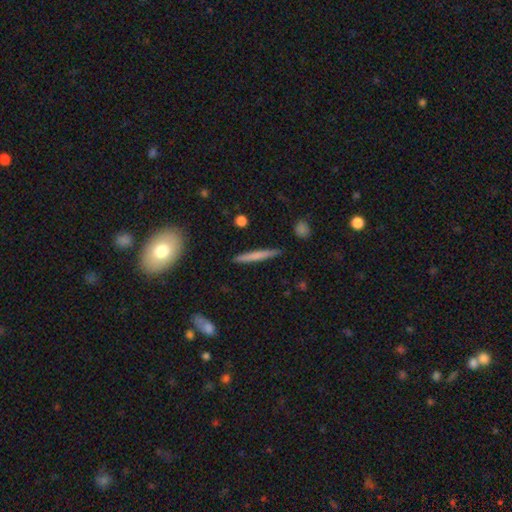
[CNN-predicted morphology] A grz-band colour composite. It shows a smooth galaxy with no disk features (62%) that is cigar-shaped (96%). Merging: none (89%).